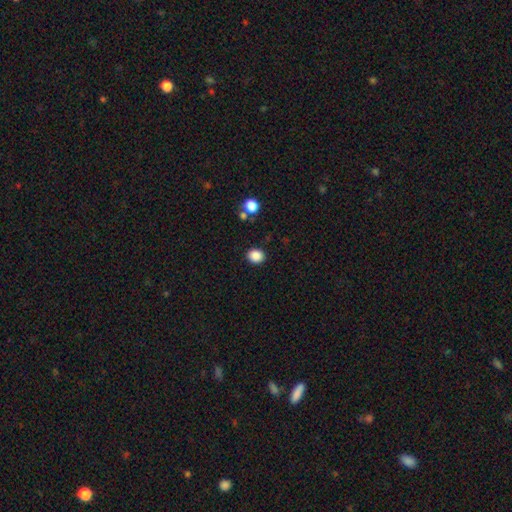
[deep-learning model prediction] This is clearly a smooth galaxy (87%). How rounded: likely round (70%). Merging: clearly none (88%).